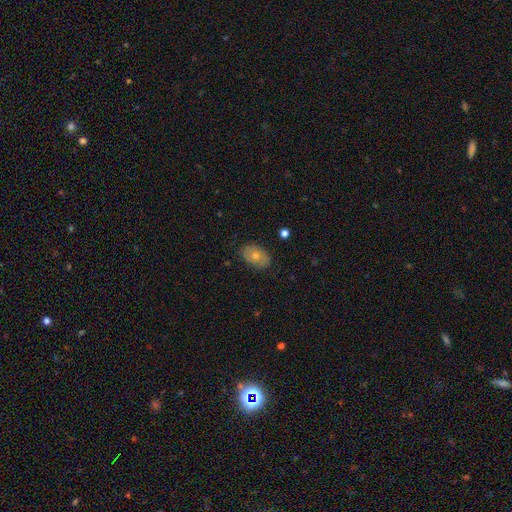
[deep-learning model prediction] A smooth galaxy with no disk features (49%).

Vote fractions:
- Smooth or featured? smooth: 49% / featured or disk: 42% / star or artifact: 10%
- Merging? none: 84% / minor disturbance: 12% / major disturbance: 3% / merger: 1%